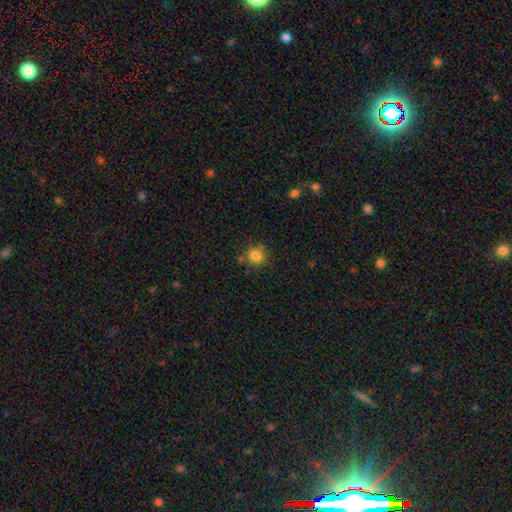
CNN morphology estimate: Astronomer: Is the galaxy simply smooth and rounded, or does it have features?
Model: smooth — 83%.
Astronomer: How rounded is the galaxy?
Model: round — 91%.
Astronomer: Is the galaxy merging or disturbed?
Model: none — 77%.